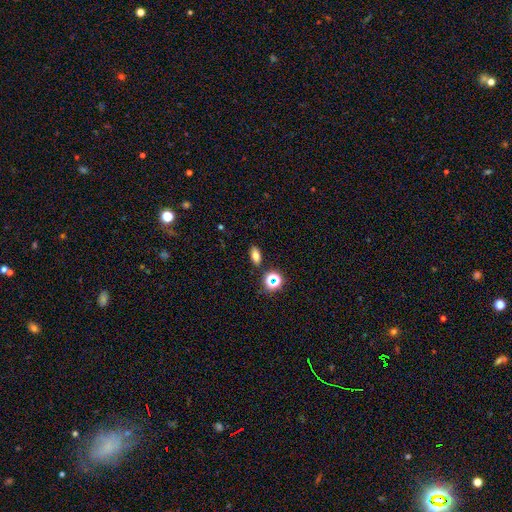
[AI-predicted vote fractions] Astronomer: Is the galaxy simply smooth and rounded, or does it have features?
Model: smooth — 71%.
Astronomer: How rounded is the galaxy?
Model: in between — 83%.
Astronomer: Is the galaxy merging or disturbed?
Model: none — 86%.